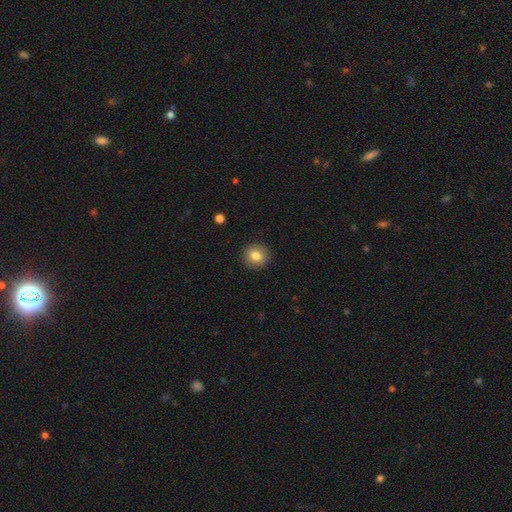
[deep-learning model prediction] A smooth galaxy with no disk features (82%) that is round (86%).

Vote fractions:
- Smooth or featured? smooth: 82% / star or artifact: 9% / featured or disk: 9%
- How rounded? round: 86% / in between: 13% / cigar-shaped: 1%
- Merging? none: 91% / minor disturbance: 6% / major disturbance: 2% / merger: 1%